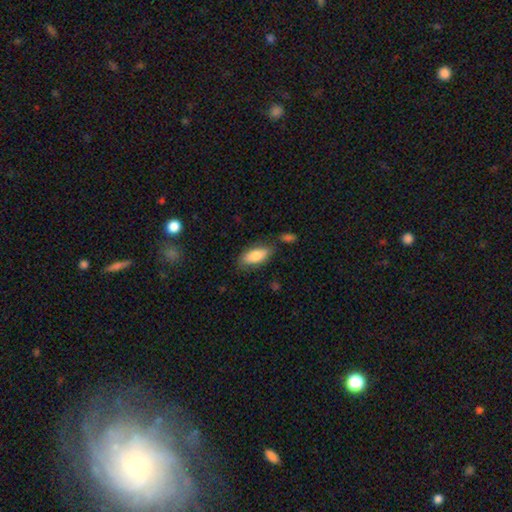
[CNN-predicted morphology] smooth-or-featured: smooth: 80% | featured or disk: 14% | star or artifact: 6%
  how-rounded: in between: 85% | cigar-shaped: 13% | round: 2%
  merging: none: 73% | minor disturbance: 17% | merger: 6% | major disturbance: 4%